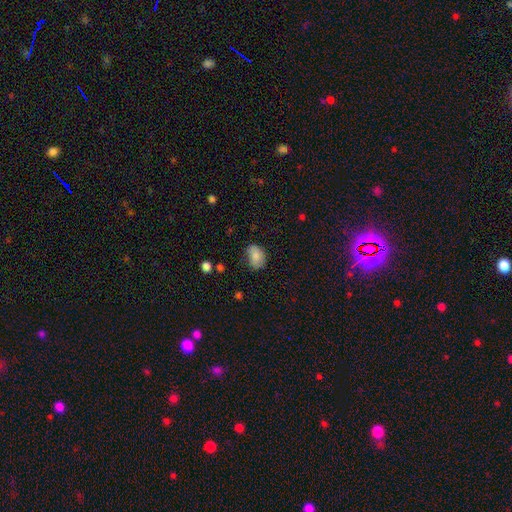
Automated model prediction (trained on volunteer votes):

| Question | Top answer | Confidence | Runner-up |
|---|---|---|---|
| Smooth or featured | smooth | 80% | featured or disk (11%) |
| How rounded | in between | 77% | round (22%) |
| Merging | none | 60% | minor disturbance (30%) |